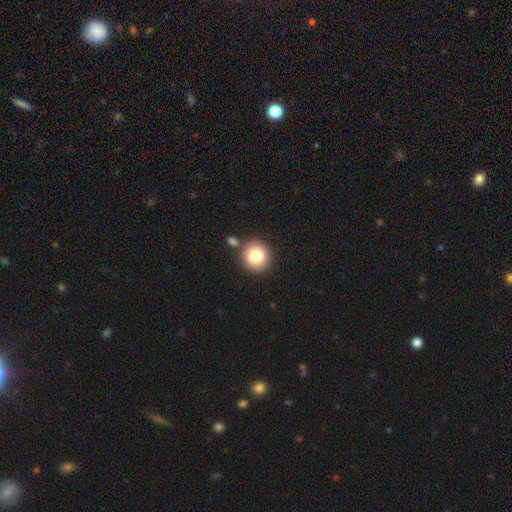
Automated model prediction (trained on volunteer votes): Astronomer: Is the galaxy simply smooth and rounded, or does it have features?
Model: smooth — 81%.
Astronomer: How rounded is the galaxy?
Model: round — 93%.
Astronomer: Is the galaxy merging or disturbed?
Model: none — 79%.